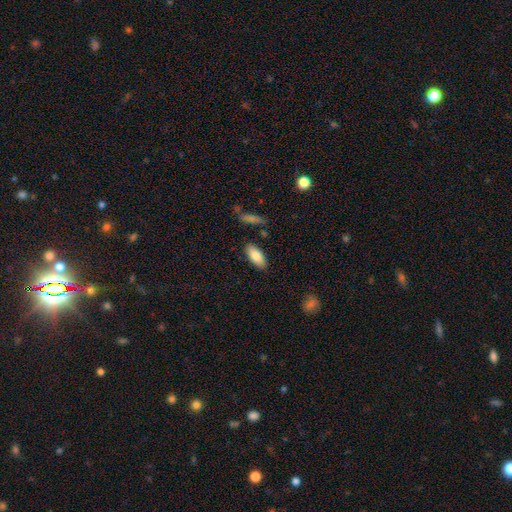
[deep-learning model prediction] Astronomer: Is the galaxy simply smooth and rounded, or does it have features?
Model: smooth — 83%.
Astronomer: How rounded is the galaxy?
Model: in between — 85%.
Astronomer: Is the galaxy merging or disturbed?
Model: none — 85%.